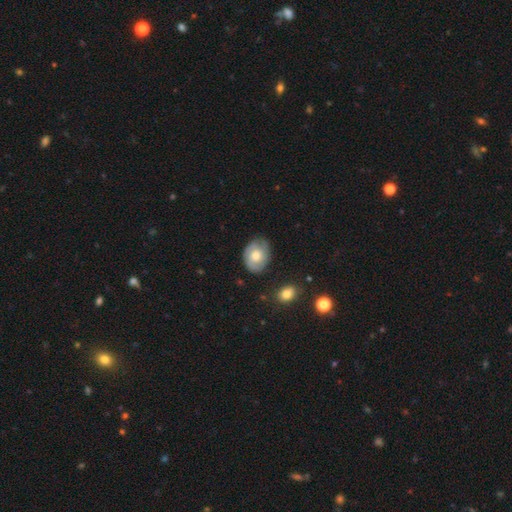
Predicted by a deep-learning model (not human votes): This is possibly a smooth galaxy (54%). How rounded: likely in between (63%). Merging: likely none (71%).